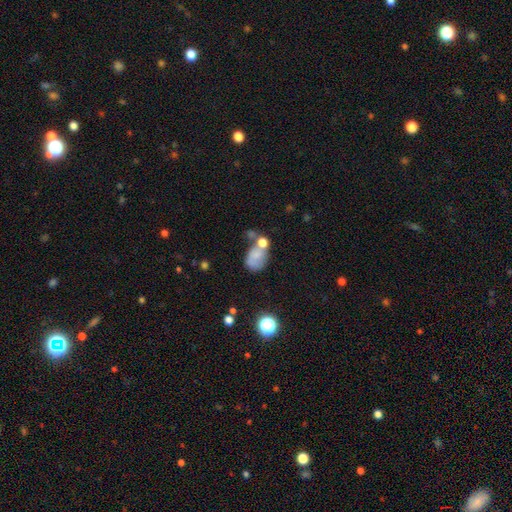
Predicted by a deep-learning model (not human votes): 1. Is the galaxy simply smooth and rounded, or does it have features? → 67% smooth, 19% featured or disk, 13% star or artifact.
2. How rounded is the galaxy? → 68% in between, 31% round, 1% cigar-shaped.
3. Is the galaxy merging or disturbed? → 36% merger, 26% none, 19% major disturbance, 19% minor disturbance.